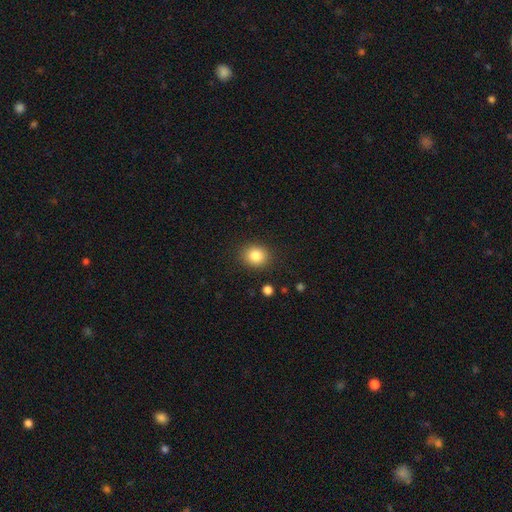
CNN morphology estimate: A smooth galaxy with no disk features (84%) that is round (75%).

Vote fractions:
- Smooth or featured? smooth: 84% / star or artifact: 10% / featured or disk: 6%
- How rounded? round: 75% / in between: 24% / cigar-shaped: 1%
- Merging? none: 89% / minor disturbance: 7% / major disturbance: 2% / merger: 1%